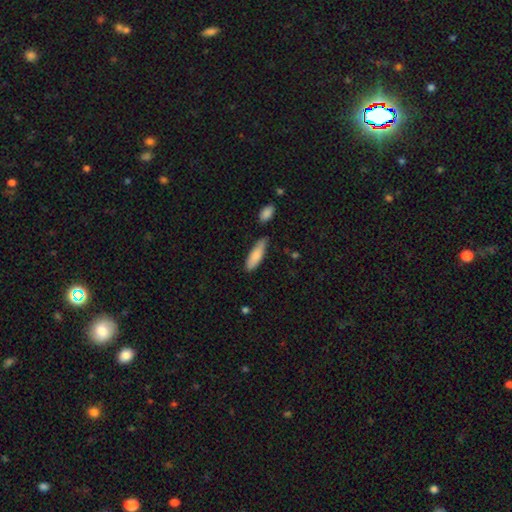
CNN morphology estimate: Smooth or featured? Predicted: smooth (p=0.85). How rounded? Predicted: cigar-shaped (p=0.50). Merging? Predicted: none (p=0.72).